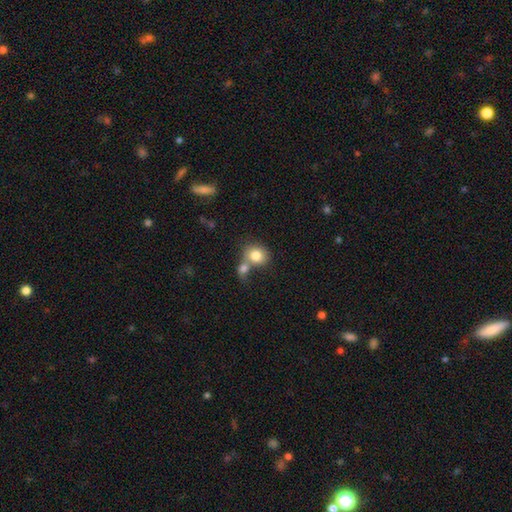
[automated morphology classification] Smooth or featured: smooth — 80% (featured or disk — 11%)
How rounded: round — 72% (in between — 27%)
Merging: merger — 49% (none — 37%)